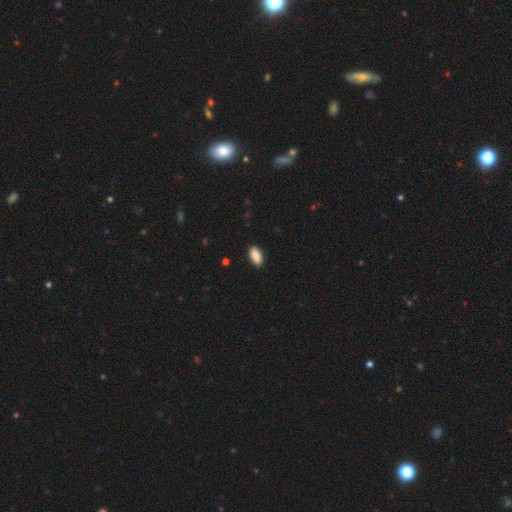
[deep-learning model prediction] Smooth or featured? Predicted: smooth (p=0.89). How rounded? Predicted: in between (p=0.90). Merging? Predicted: none (p=0.89).